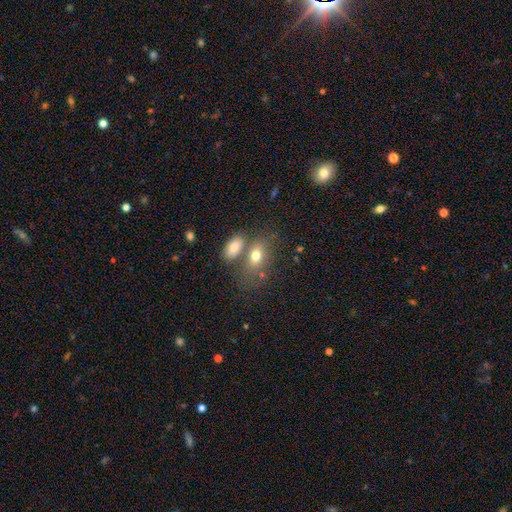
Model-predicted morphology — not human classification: Smooth or featured?
  - smooth: 74% *
  - featured or disk: 17%
  - star or artifact: 10%
How rounded?
  - in between: 84% *
  - round: 13%
  - cigar-shaped: 3%
Merging?
  - none: 42% *
  - merger: 39%
  - minor disturbance: 12%
  - major disturbance: 7%